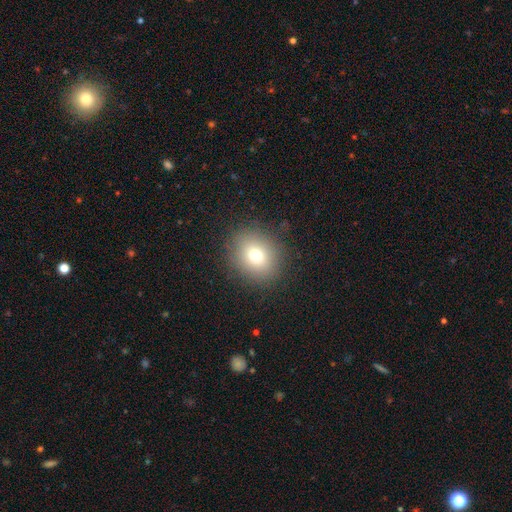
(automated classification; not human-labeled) Morphology: type=smooth (75%); roundness=round (72%); merging=none (88%).